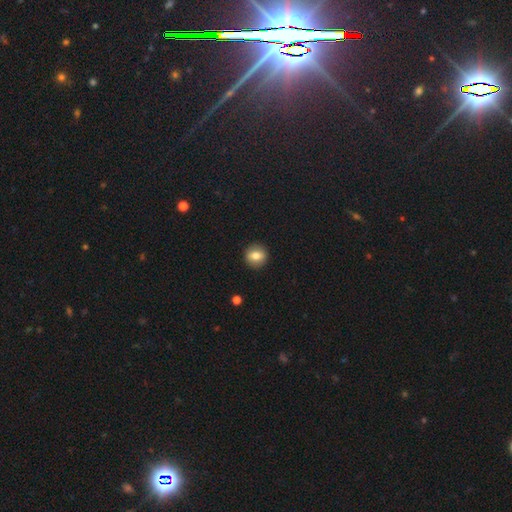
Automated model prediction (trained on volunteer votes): Smooth or featured?
  - smooth: 75% *
  - featured or disk: 16%
  - star or artifact: 9%
How rounded?
  - round: 84% *
  - in between: 15%
  - cigar-shaped: 1%
Merging?
  - none: 90% *
  - minor disturbance: 7%
  - major disturbance: 2%
  - merger: 1%